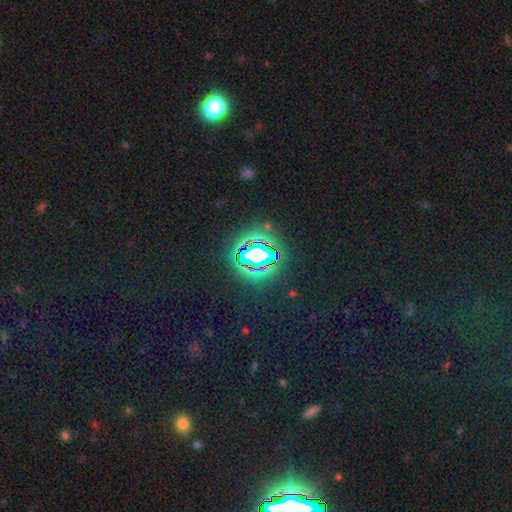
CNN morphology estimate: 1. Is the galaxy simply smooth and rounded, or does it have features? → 75% star or artifact, 18% smooth, 8% featured or disk.